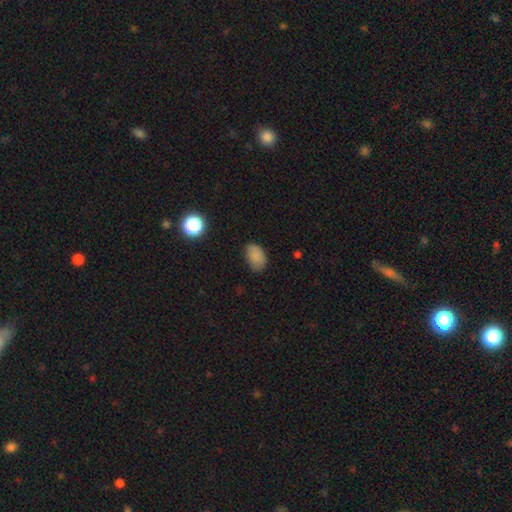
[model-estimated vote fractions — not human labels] smooth 84%, star or artifact 11%, featured or disk 5%. Down the decision tree: how rounded — in between (87%); merging — none (79%).